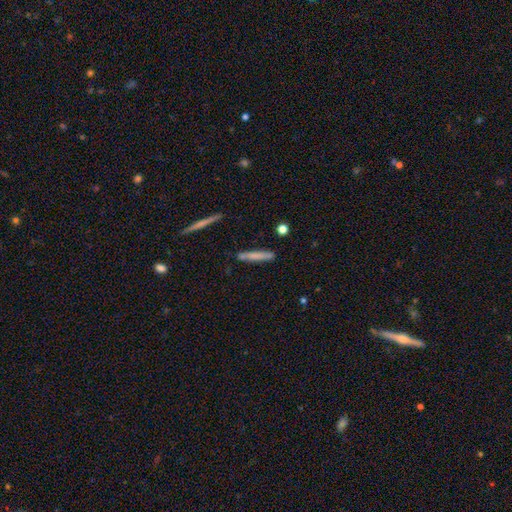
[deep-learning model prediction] Q: Smooth or featured?
A: smooth (69%); runner-up: featured or disk (24%)
Q: How rounded?
A: cigar-shaped (94%); runner-up: in between (5%)
Q: Merging?
A: none (82%); runner-up: minor disturbance (12%)